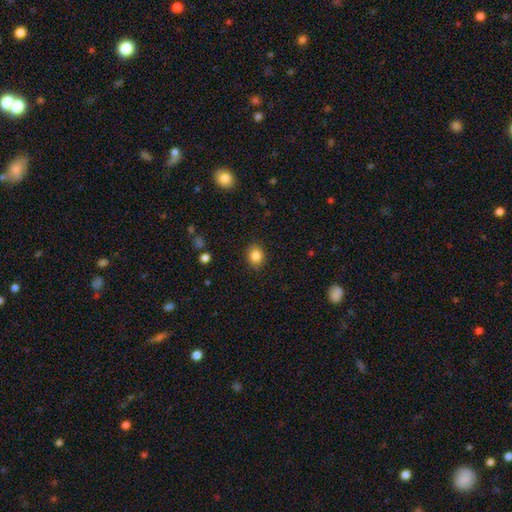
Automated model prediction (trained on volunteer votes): Smooth or featured?
  - smooth: 85% *
  - star or artifact: 10%
  - featured or disk: 5%
How rounded?
  - round: 65% *
  - in between: 34%
  - cigar-shaped: 1%
Merging?
  - none: 88% *
  - minor disturbance: 9%
  - major disturbance: 3%
  - merger: 1%